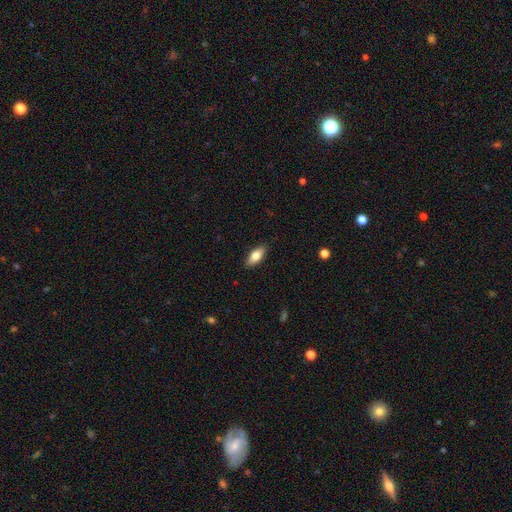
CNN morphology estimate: type=smooth (78%); roundness=in between (82%); merging=none (88%).